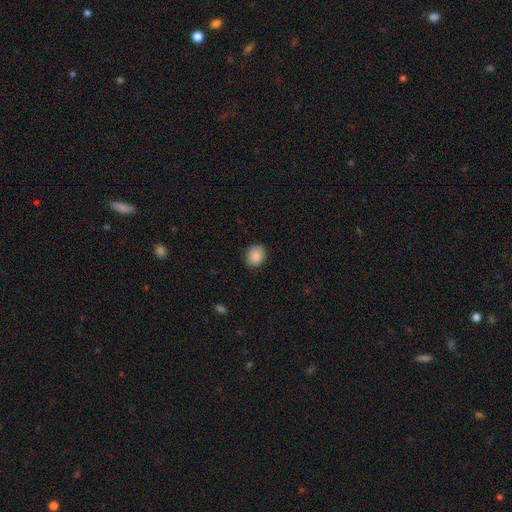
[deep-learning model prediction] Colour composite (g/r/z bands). It shows a smooth galaxy with no disk features (88%) that is round (58%). Merging: none (85%).